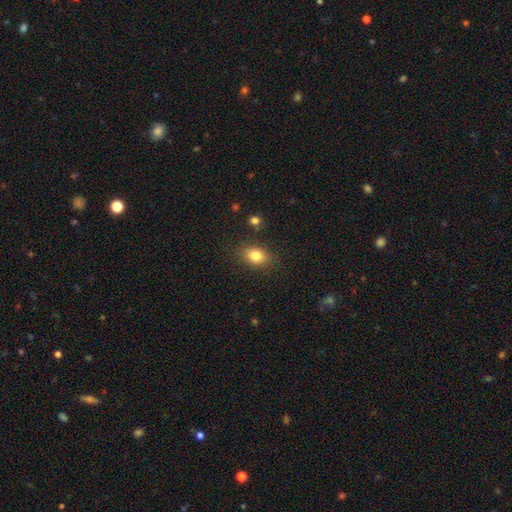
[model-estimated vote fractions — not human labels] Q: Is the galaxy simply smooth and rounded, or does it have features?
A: smooth — 81%.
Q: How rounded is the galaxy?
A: in between — 74%.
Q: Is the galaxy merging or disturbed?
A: none — 85%.